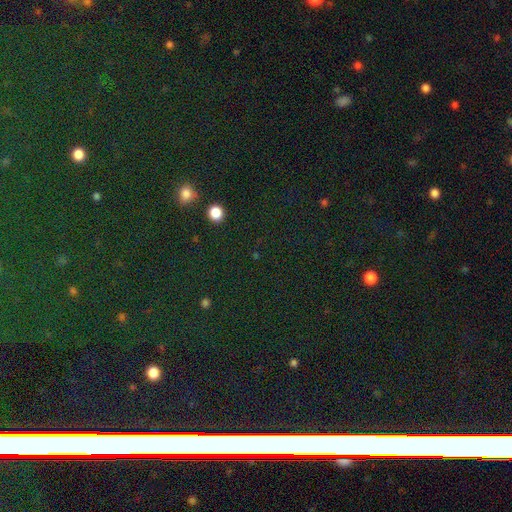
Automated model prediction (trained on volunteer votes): smooth-or-featured: star or artifact: 74% | smooth: 17% | featured or disk: 9%